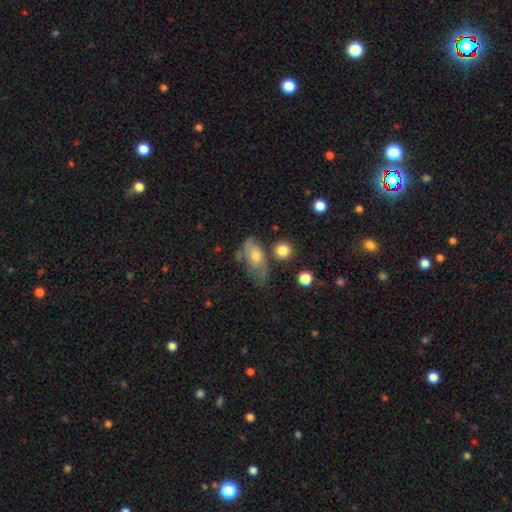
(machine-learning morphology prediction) This appears to be a featured or disk galaxy (53%). Merging: none (42%).